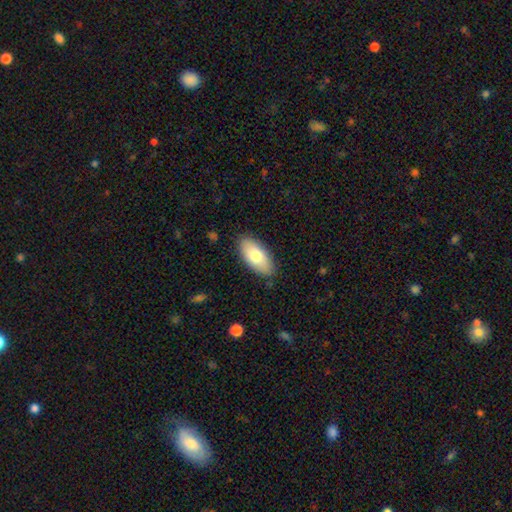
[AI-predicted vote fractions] smooth 75%, featured or disk 19%, star or artifact 6%. Down the decision tree: how rounded — in between (92%); merging — none (86%).